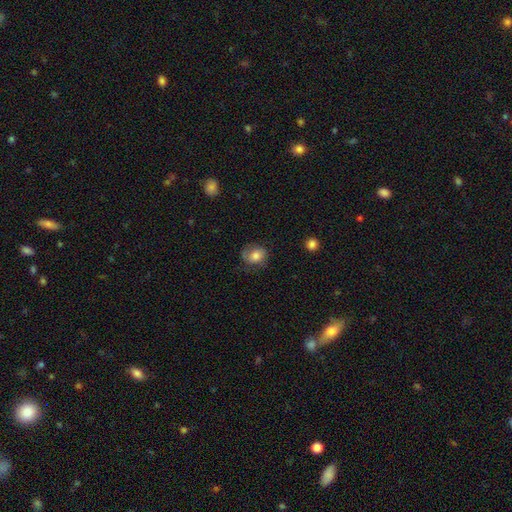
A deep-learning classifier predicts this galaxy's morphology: Smooth or featured: smooth — 70% (featured or disk — 21%)
How rounded: round — 57% (in between — 42%)
Merging: none — 59% (minor disturbance — 25%)